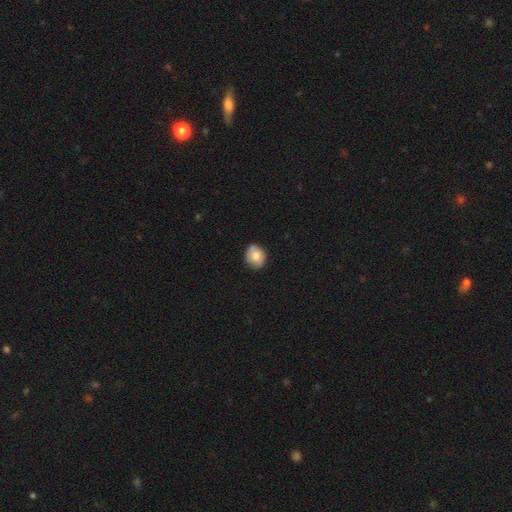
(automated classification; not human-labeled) A smooth galaxy with no disk features (69%) that is round (73%). Merging: none (76%).